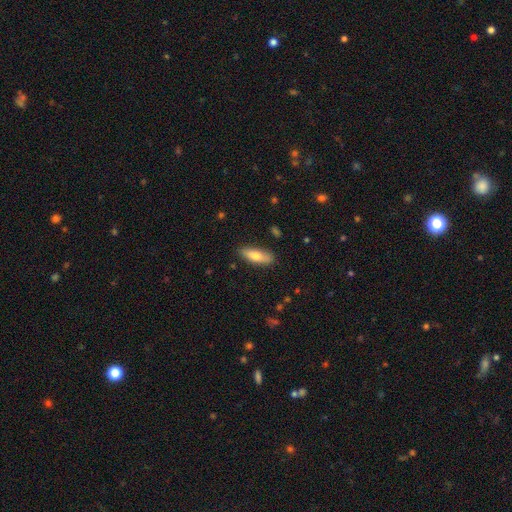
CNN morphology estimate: smooth 74%, featured or disk 20%, star or artifact 6%. Down the decision tree: how rounded — in between (58%); merging — none (83%).